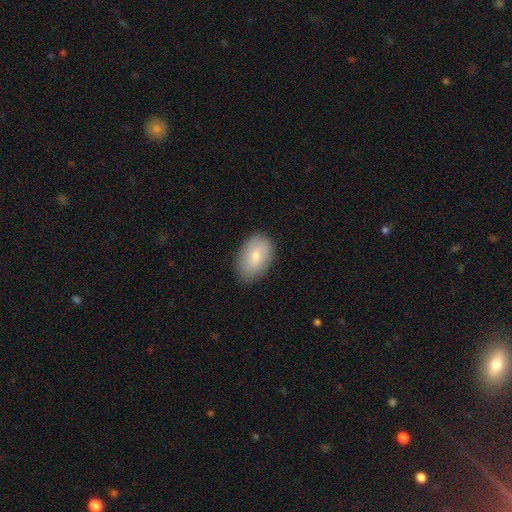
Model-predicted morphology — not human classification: This appears to be a smooth galaxy with no disk features (75%) that is in between round and cigar-shaped (90%). Merging: none (82%).